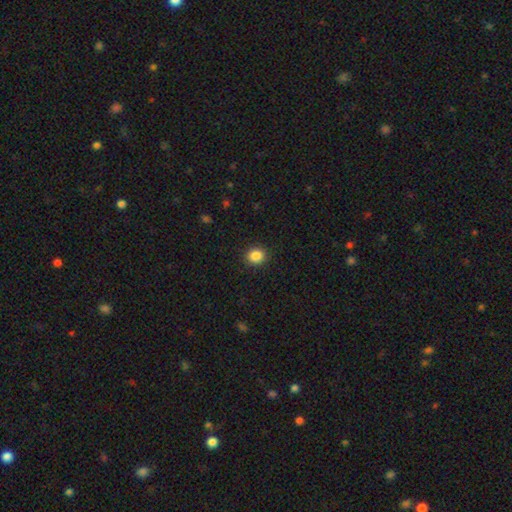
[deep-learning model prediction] This is clearly a smooth galaxy (87%). How rounded: likely round (76%). Merging: clearly none (90%).